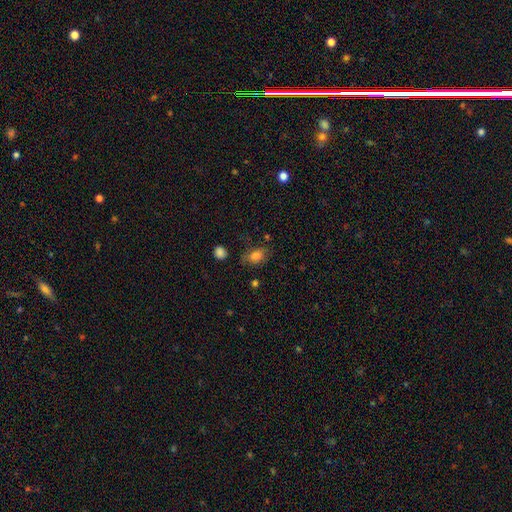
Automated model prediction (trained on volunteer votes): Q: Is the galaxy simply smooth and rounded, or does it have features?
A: smooth — 78%.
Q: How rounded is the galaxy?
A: in between — 82%.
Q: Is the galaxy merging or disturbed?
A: none — 66%.